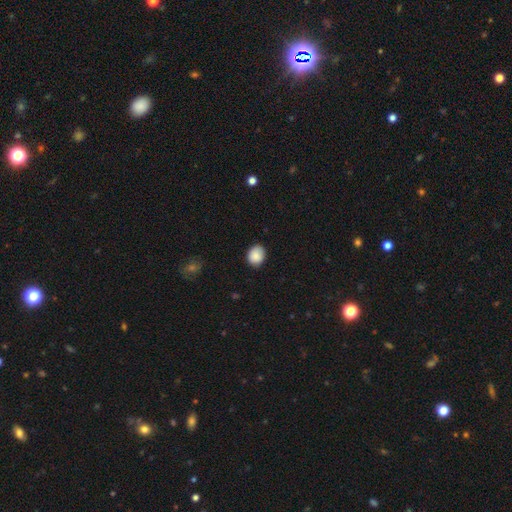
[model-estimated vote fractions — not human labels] This is clearly a smooth galaxy (88%). How rounded: likely round (60%). Merging: clearly none (83%).